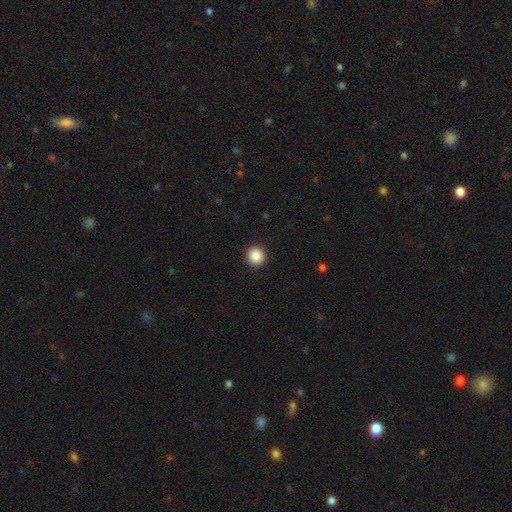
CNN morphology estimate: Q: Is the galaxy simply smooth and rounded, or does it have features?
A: smooth — 88%.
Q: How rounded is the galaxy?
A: round — 94%.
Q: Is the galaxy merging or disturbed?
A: none — 93%.